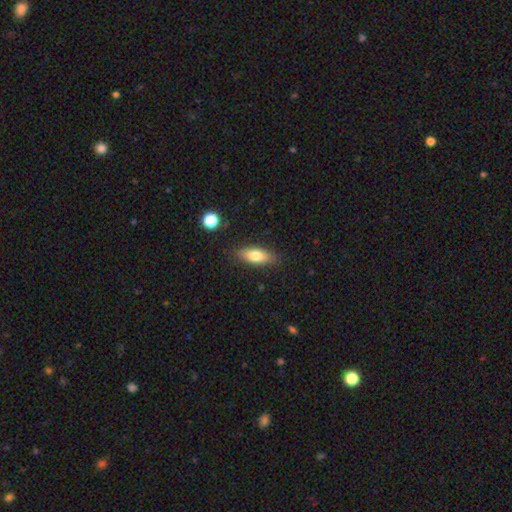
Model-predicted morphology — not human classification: This is likely a smooth galaxy (73%). How rounded: likely in between (68%). Merging: clearly none (86%).